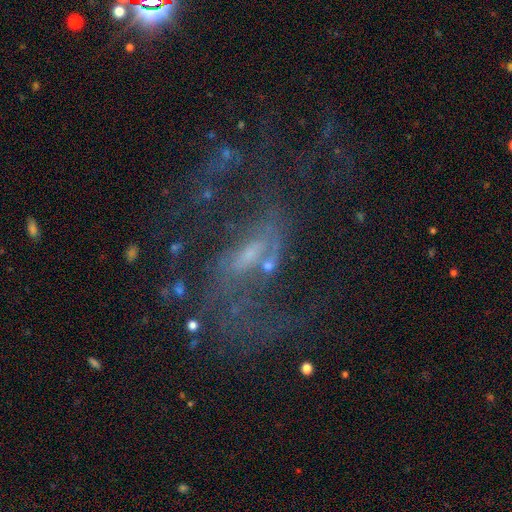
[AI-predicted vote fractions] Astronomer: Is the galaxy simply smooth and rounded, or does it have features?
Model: featured or disk — 77%.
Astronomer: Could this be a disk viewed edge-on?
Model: no — 95%.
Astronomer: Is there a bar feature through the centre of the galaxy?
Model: weak — 49% (runner-up: no, 27%).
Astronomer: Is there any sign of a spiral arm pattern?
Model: yes — 78%.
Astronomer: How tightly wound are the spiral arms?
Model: loose — 59%.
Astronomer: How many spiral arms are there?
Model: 2 — 66%.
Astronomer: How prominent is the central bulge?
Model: small — 54%.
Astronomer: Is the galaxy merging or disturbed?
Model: none — 41% (runner-up: major disturbance, 35%).